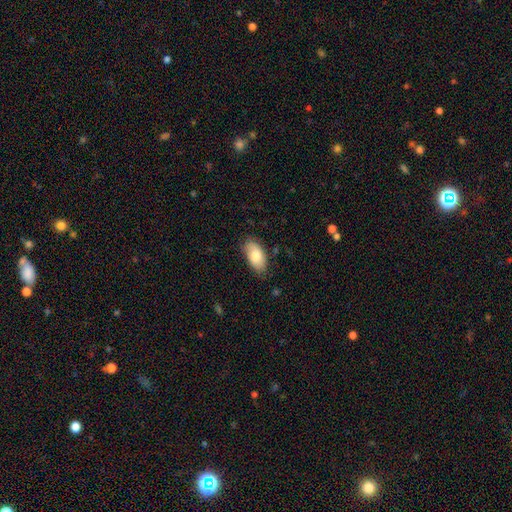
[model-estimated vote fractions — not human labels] This is likely a smooth galaxy (79%). How rounded: clearly in between (94%). Merging: likely none (77%).